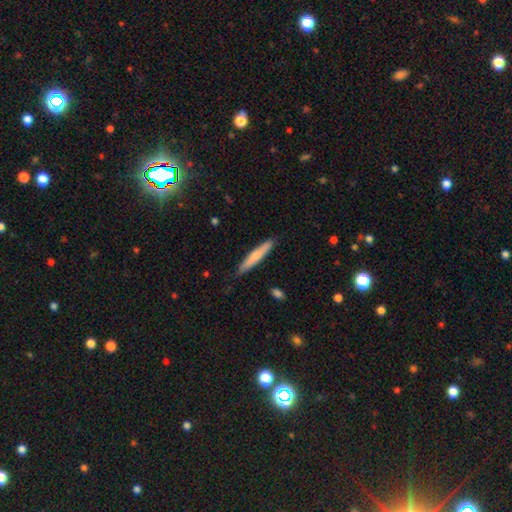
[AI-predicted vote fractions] This is likely a smooth galaxy (67%). How rounded: clearly cigar-shaped (93%). Merging: clearly none (85%).